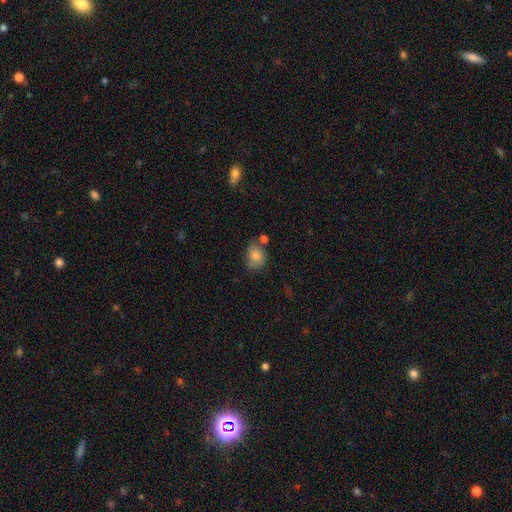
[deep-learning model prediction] Overall: smooth (80%). How rounded: in between (58%; round 41%). Merging: none (53%; minor disturbance 26%).